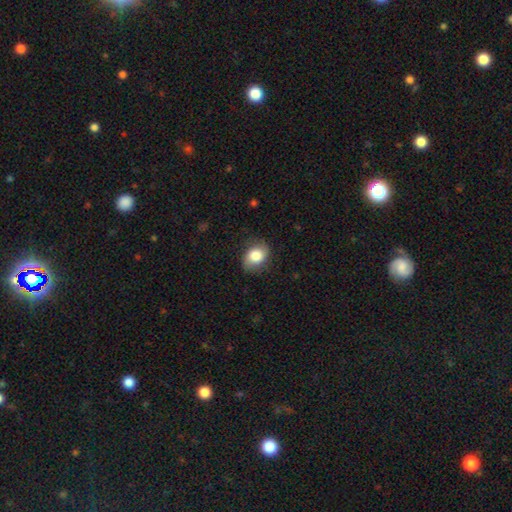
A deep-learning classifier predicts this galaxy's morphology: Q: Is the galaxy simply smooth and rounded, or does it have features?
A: smooth — 77%.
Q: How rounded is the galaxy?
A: in between — 66%.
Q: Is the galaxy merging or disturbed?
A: none — 77%.